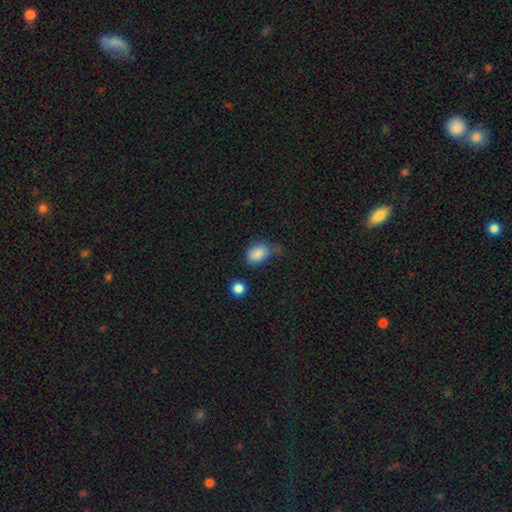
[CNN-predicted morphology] The model was most divided on "merging": none: 52%, minor disturbance: 32%, major disturbance: 10%, merger: 5%. More confident: smooth or featured — smooth (86%); how rounded — in between (80%).